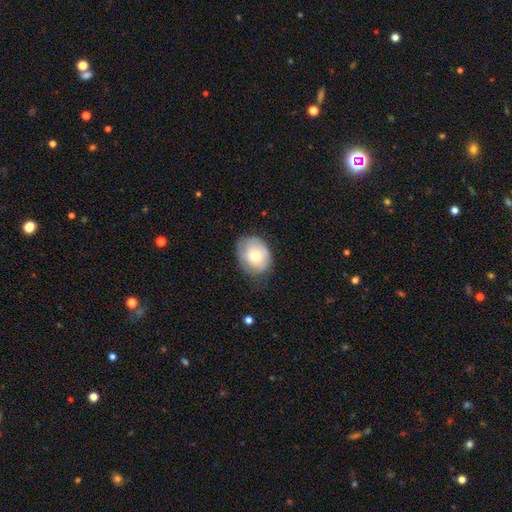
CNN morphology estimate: type=smooth (64%); roundness=in between (59%); merging=none (64%).